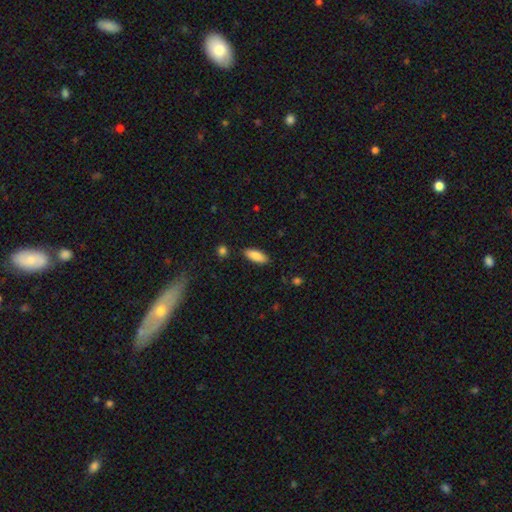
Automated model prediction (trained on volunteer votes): smooth 87%, featured or disk 6%, star or artifact 6%. Down the decision tree: how rounded — in between (75%); merging — none (87%).